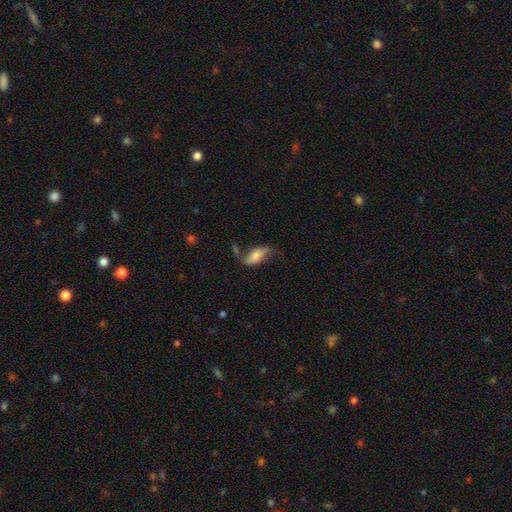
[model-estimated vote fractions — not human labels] A featured or disk galaxy (47%). Merging: none (45%).